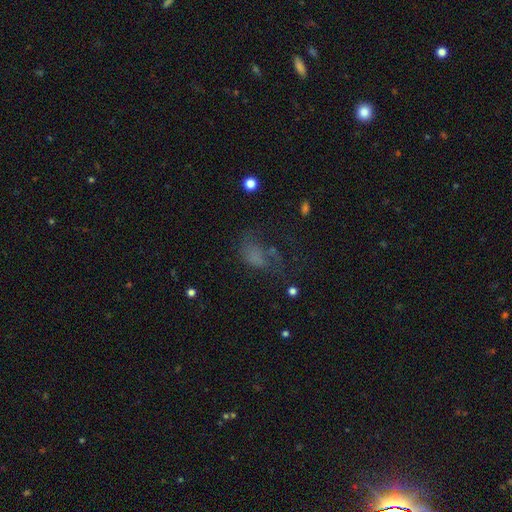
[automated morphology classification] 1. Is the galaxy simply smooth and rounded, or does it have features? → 50% smooth, 27% featured or disk, 22% star or artifact.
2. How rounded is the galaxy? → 79% in between, 18% round, 3% cigar-shaped.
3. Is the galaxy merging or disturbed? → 44% major disturbance, 31% none, 20% minor disturbance, 6% merger.